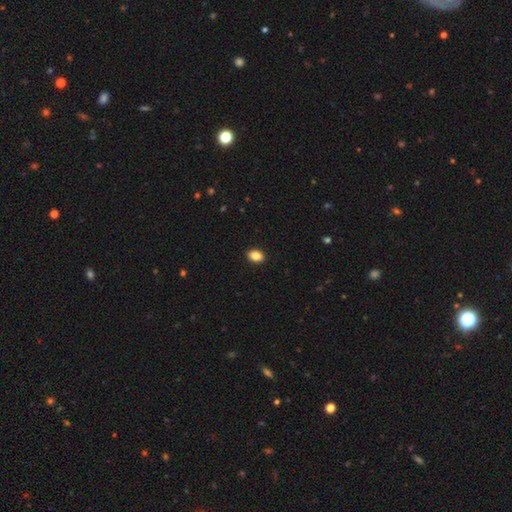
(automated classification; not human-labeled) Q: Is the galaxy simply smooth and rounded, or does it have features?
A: smooth — 87%.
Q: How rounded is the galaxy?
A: in between — 80%.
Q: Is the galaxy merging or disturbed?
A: none — 92%.